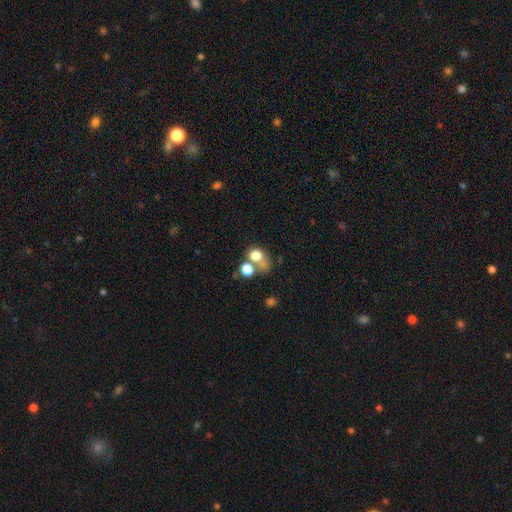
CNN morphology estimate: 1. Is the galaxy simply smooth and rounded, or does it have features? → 70% smooth, 15% star or artifact, 14% featured or disk.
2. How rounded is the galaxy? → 68% round, 31% in between, 1% cigar-shaped.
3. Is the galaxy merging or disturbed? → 45% merger, 36% none, 10% minor disturbance, 9% major disturbance.